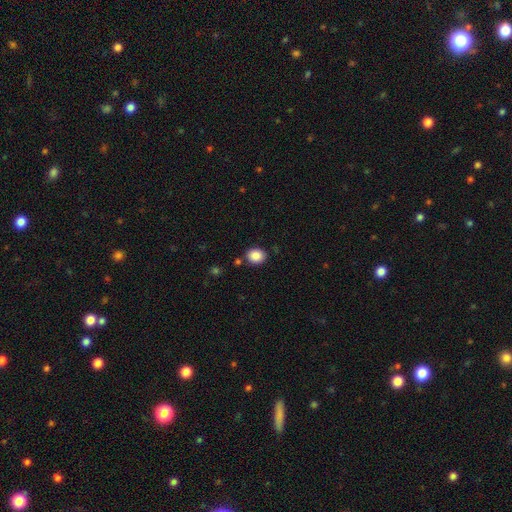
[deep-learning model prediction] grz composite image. It shows a smooth galaxy with no disk features (88%) that is round (55%). Merging: none (83%).